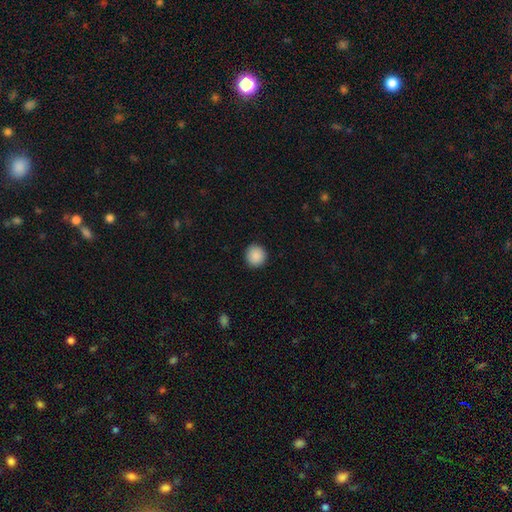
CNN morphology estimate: type=smooth (89%); roundness=round (93%); merging=none (92%).